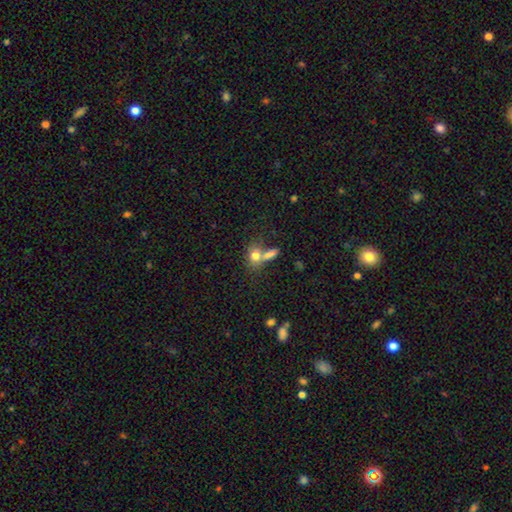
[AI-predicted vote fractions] smooth_or_featured: smooth (p=0.77) [alt: featured or disk p=0.13]
how_rounded: in between (p=0.54) [alt: round p=0.41]
merging: merger (p=0.43) [alt: none p=0.40]